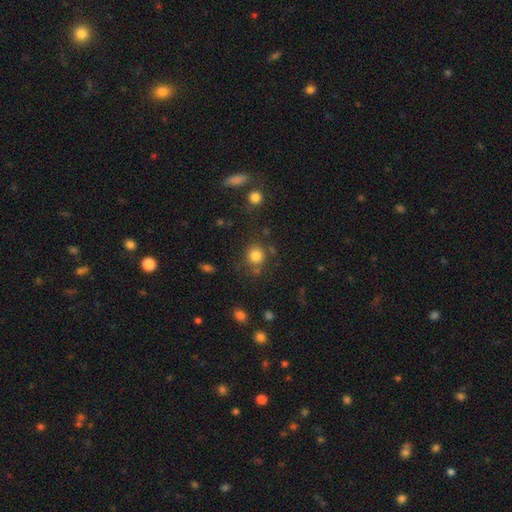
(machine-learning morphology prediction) Smooth or featured? smooth (82%)
How rounded? round (87%)
Merging? none (75%)